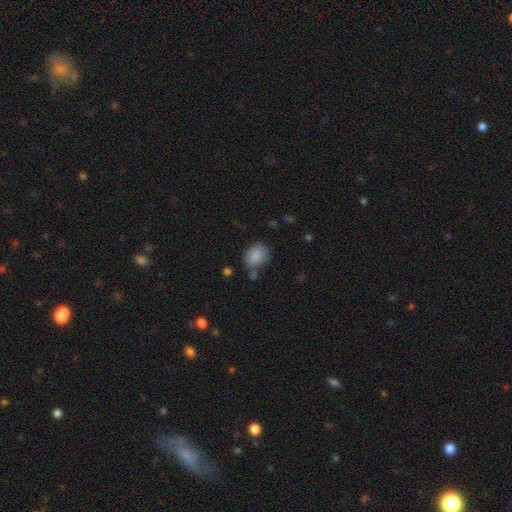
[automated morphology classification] Q: Smooth or featured?
A: smooth (85%); runner-up: star or artifact (8%)
Q: How rounded?
A: in between (61%); runner-up: round (38%)
Q: Merging?
A: none (66%); runner-up: minor disturbance (20%)